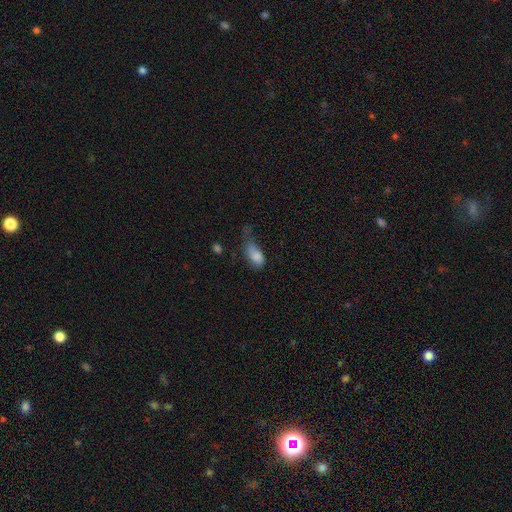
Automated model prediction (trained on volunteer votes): smooth 80%, featured or disk 12%, star or artifact 8%. Down the decision tree: how rounded — in between (91%); merging — major disturbance (36%).